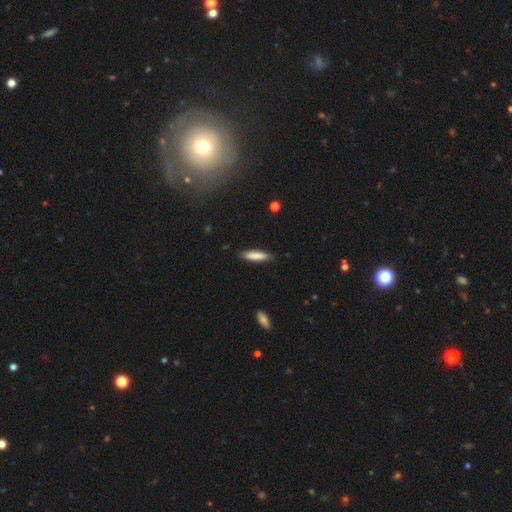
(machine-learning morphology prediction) smooth_or_featured: smooth (p=0.82) [alt: featured or disk p=0.12]
how_rounded: cigar-shaped (p=0.79) [alt: in between p=0.20]
merging: none (p=0.85) [alt: minor disturbance p=0.11]